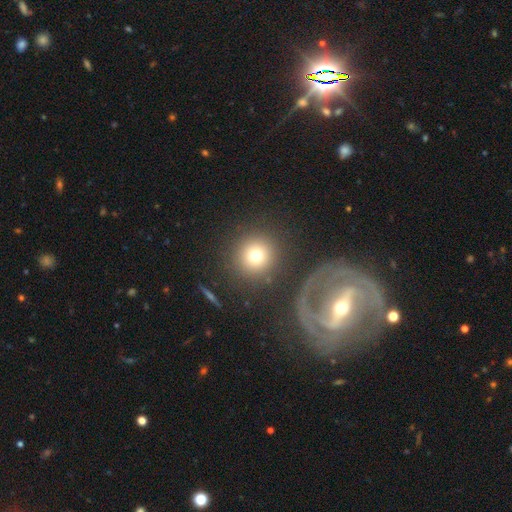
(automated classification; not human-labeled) Smooth or featured?
  - smooth: 76% *
  - star or artifact: 13%
  - featured or disk: 11%
How rounded?
  - round: 93% *
  - in between: 6%
  - cigar-shaped: 1%
Merging?
  - none: 84% *
  - minor disturbance: 7%
  - major disturbance: 5%
  - merger: 4%